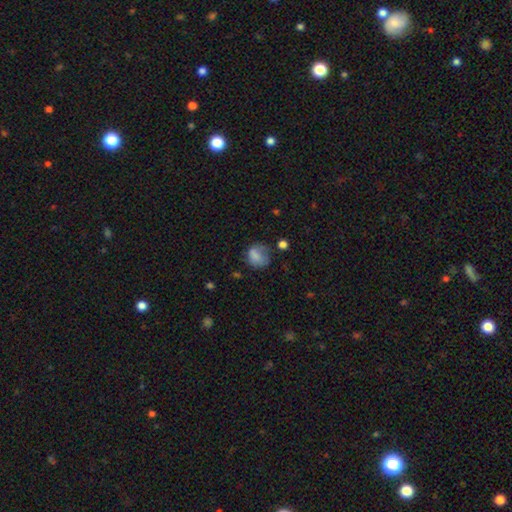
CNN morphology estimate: smooth-or-featured: smooth: 75% | featured or disk: 14% | star or artifact: 11%
  how-rounded: round: 64% | in between: 35% | cigar-shaped: 1%
  merging: none: 45% | minor disturbance: 31% | major disturbance: 21% | merger: 4%